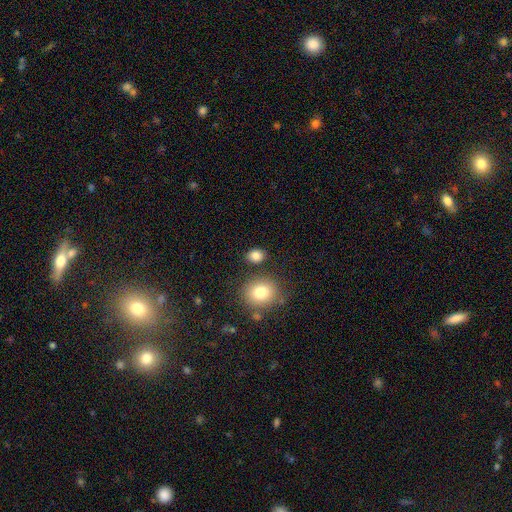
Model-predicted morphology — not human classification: smooth 84%, star or artifact 11%, featured or disk 6%. Down the decision tree: how rounded — in between (50%); merging — none (81%).